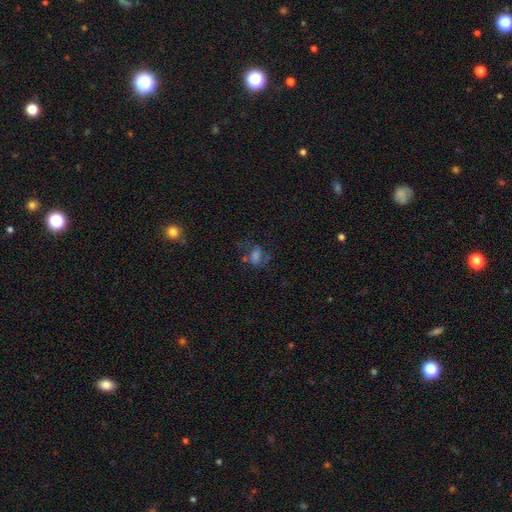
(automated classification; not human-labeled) smooth_or_featured: smooth (p=0.40) [alt: featured or disk p=0.36]
merging: none (p=0.48) [alt: major disturbance p=0.27]